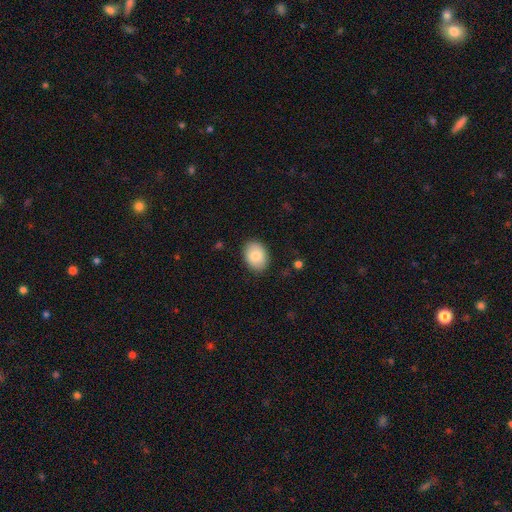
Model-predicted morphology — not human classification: This is clearly a smooth galaxy (82%). How rounded: likely in between (70%). Merging: clearly none (87%).